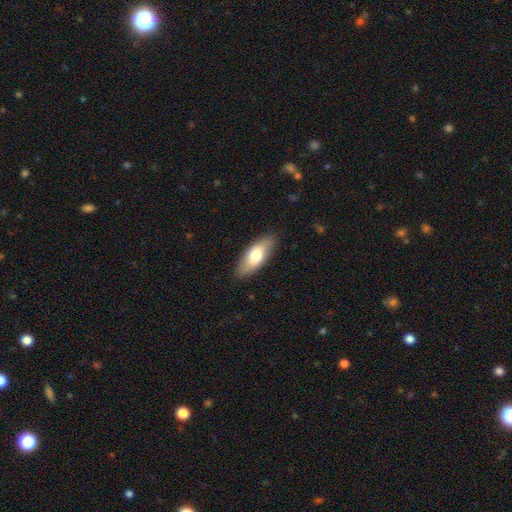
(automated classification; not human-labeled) smooth_or_featured: smooth (p=0.69) [alt: featured or disk p=0.26]
how_rounded: in between (p=0.72) [alt: cigar-shaped p=0.25]
merging: none (p=0.86) [alt: minor disturbance p=0.11]